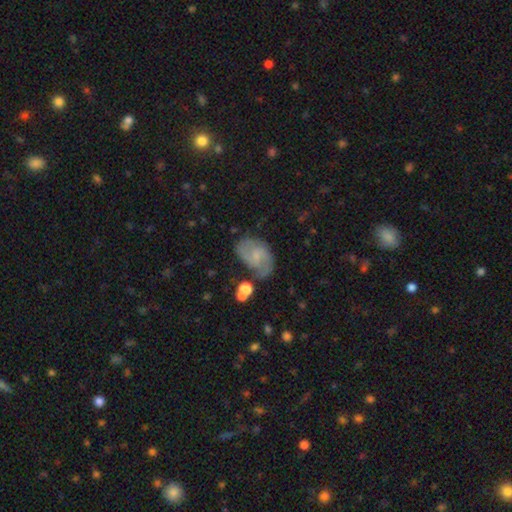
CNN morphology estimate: This is likely a featured or disk galaxy (67%). It is clearly not viewed edge-on (97%). Bar: possibly no (52%). Spiral arm pattern: clearly yes (90%). Spiral arm count: likely 2 (77%). Spiral winding: possibly medium (49%). Central bulge: possibly small (59%). Merging: possibly none (59%).